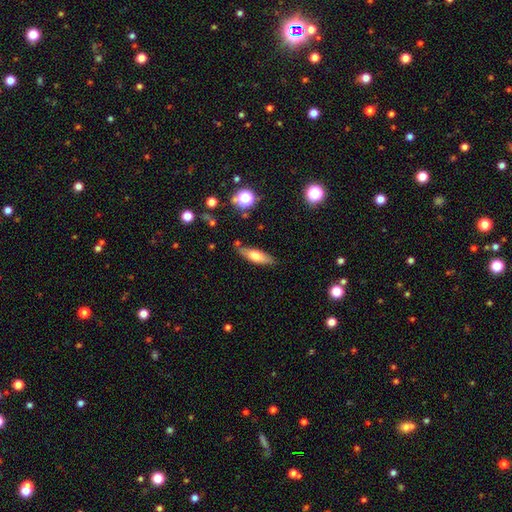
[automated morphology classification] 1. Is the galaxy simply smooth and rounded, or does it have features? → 62% smooth, 31% featured or disk, 8% star or artifact.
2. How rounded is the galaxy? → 54% cigar-shaped, 43% in between, 3% round.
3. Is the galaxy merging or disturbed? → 80% none, 14% minor disturbance, 3% merger, 3% major disturbance.